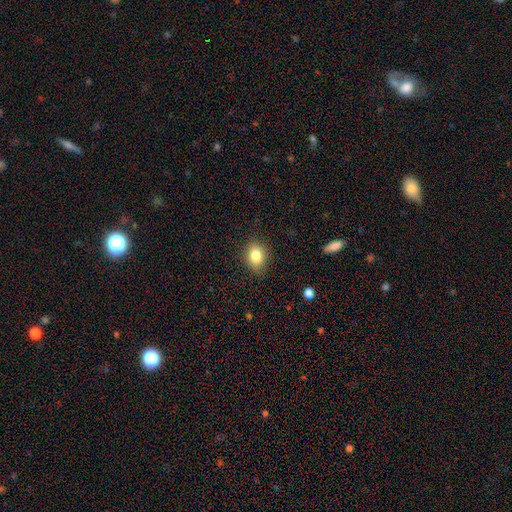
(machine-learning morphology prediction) The model was most divided on "how rounded": in between: 65%, round: 34%, cigar-shaped: 1%. More confident: merging — none (84%); smooth or featured — smooth (83%).